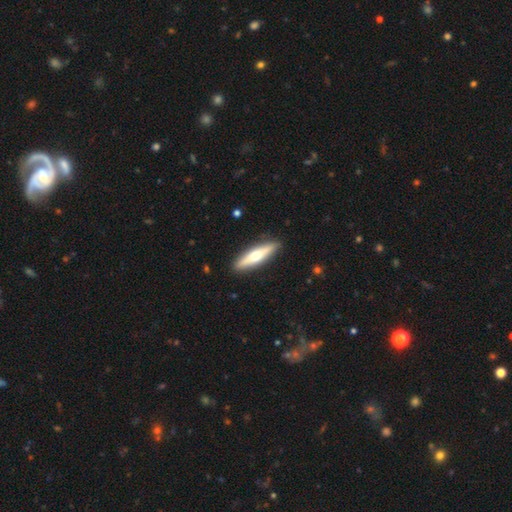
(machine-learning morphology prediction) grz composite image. It shows a smooth galaxy with no disk features (48%). Merging: none (90%).